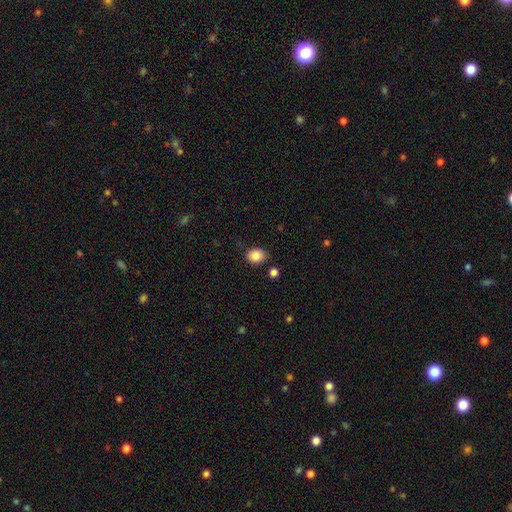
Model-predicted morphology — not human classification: smooth 86%, star or artifact 9%, featured or disk 5%. Down the decision tree: how rounded — round (51%); merging — none (79%).